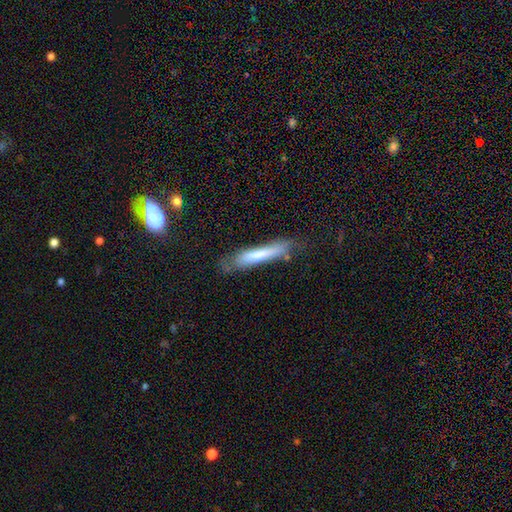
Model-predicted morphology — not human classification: type=smooth (61%); roundness=cigar-shaped (91%); merging=none (60%).